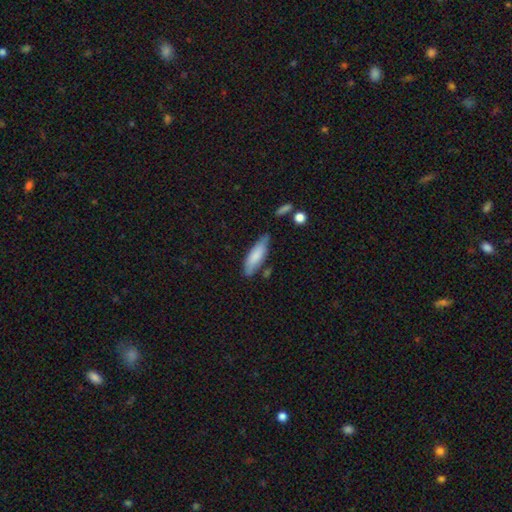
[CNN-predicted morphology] smooth 79%, featured or disk 15%, star or artifact 6%. Down the decision tree: how rounded — cigar-shaped (50%); merging — none (66%).